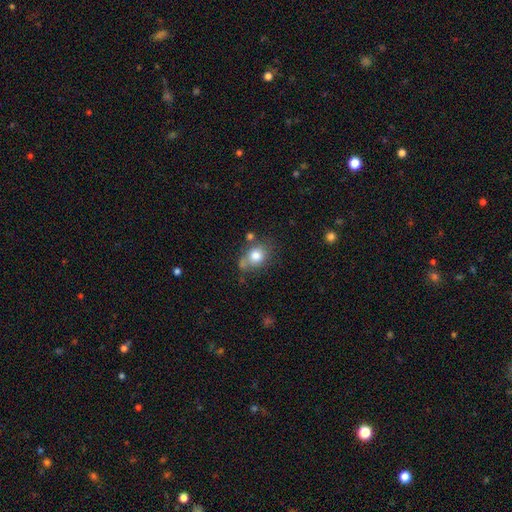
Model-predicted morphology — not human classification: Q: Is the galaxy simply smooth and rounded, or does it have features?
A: smooth — 79%.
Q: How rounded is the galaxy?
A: round — 57%.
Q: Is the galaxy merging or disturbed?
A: none — 53%.